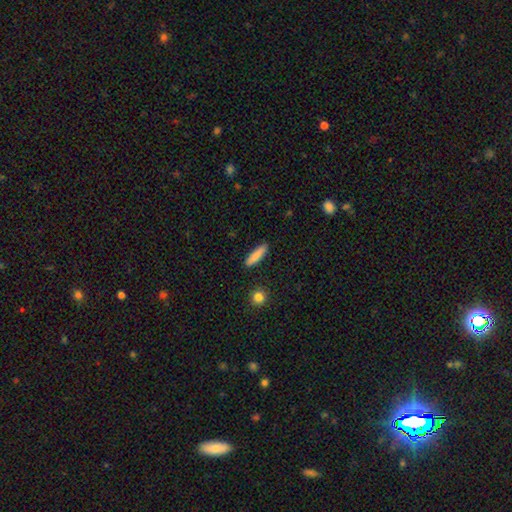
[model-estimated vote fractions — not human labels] This appears to be a smooth galaxy with no disk features (85%) that is cigar-shaped (75%). Merging: none (90%).